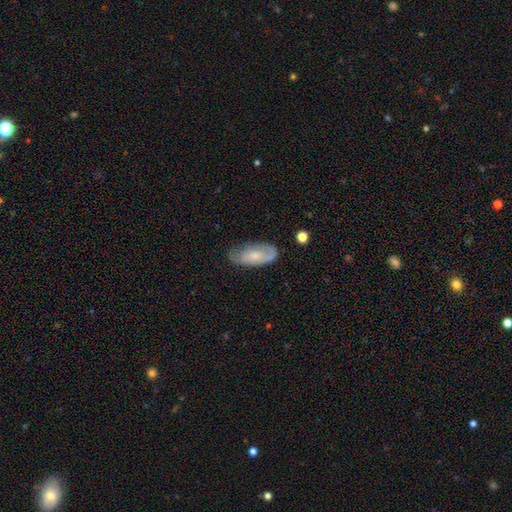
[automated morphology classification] The model was most divided on "smooth or featured": smooth: 49%, featured or disk: 44%, star or artifact: 7%. More confident: merging — none (65%).